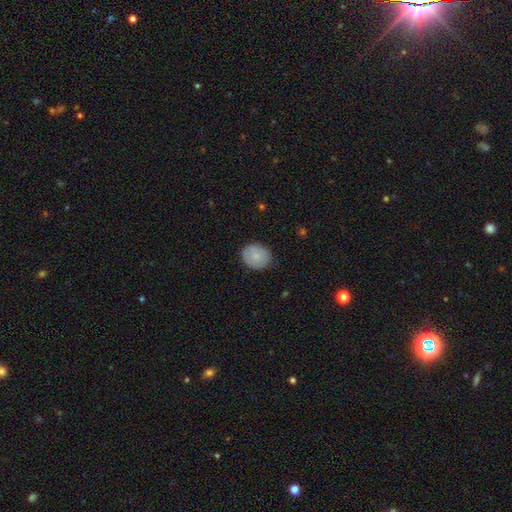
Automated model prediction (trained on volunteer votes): Q: Smooth or featured?
A: smooth (80%); runner-up: featured or disk (14%)
Q: How rounded?
A: round (61%); runner-up: in between (38%)
Q: Merging?
A: none (81%); runner-up: minor disturbance (15%)